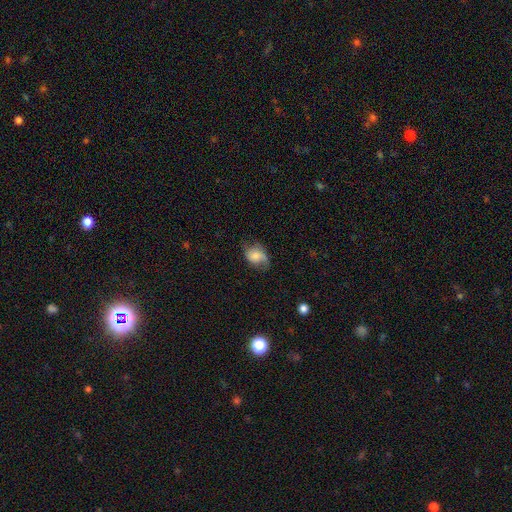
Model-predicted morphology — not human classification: The model was most divided on "merging": none: 51%, minor disturbance: 31%, major disturbance: 16%, merger: 2%. More confident: how rounded — in between (69%); smooth or featured — smooth (59%).